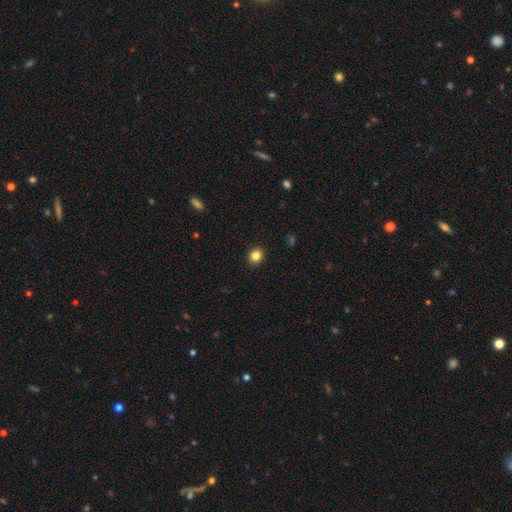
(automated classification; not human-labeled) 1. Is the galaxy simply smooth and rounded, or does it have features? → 84% smooth, 11% star or artifact, 5% featured or disk.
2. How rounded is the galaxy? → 69% round, 30% in between, 1% cigar-shaped.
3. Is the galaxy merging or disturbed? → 91% none, 6% minor disturbance, 2% major disturbance, 1% merger.